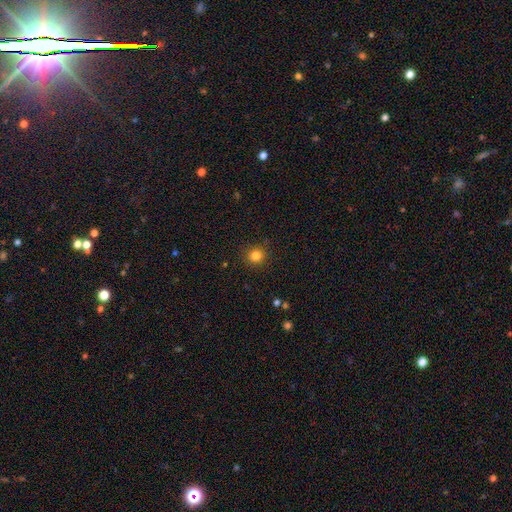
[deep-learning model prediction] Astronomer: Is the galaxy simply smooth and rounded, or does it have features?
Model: smooth — 82%.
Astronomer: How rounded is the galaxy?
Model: round — 92%.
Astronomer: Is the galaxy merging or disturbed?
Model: none — 91%.